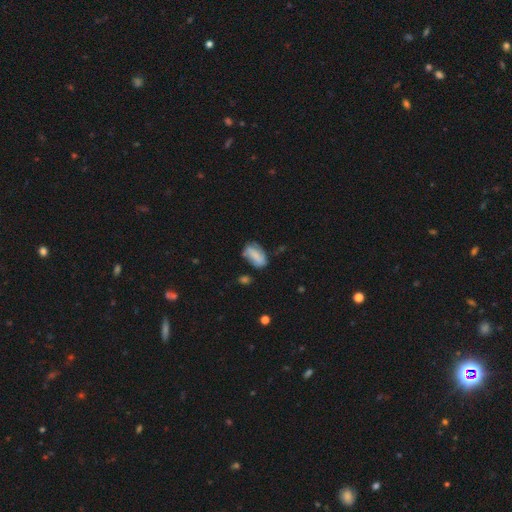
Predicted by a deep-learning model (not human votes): Smooth or featured?
  - smooth: 69% *
  - featured or disk: 23%
  - star or artifact: 8%
How rounded?
  - in between: 90% *
  - round: 5%
  - cigar-shaped: 5%
Merging?
  - none: 53% *
  - minor disturbance: 31%
  - major disturbance: 11%
  - merger: 5%